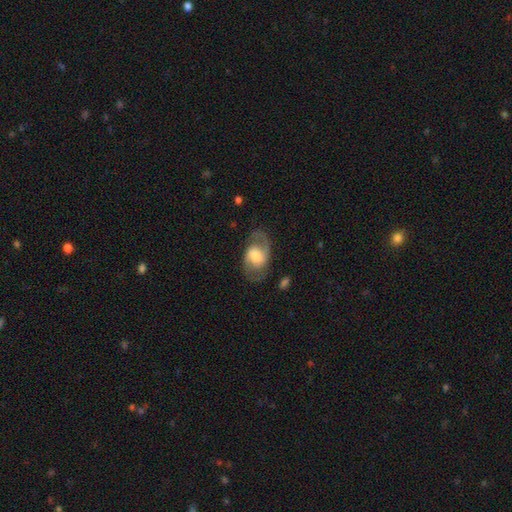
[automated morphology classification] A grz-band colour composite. It shows a featured or disk galaxy (69%) with no bar (48%), 2 (85%) medium (51%) spiral arms (88%) and a moderate central bulge (36%). Merging: none (71%).